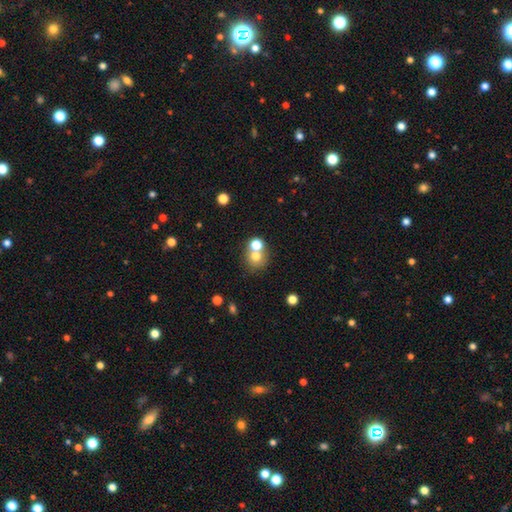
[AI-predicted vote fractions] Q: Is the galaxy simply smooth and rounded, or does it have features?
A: smooth — 72%.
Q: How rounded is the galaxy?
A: round — 84%.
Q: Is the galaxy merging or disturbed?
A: none — 50%.